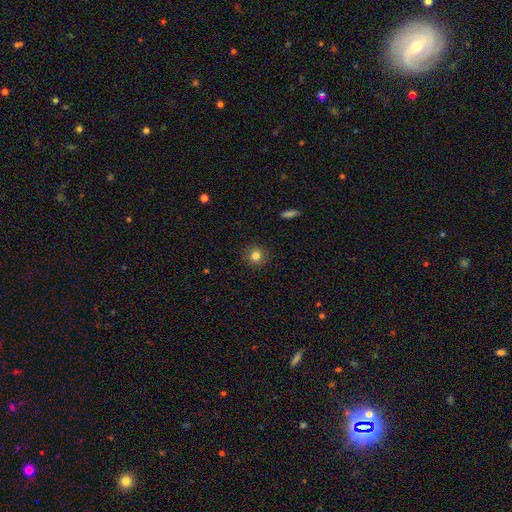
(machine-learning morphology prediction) Overall: smooth (81%). How rounded: round (92%). Merging: none (90%).